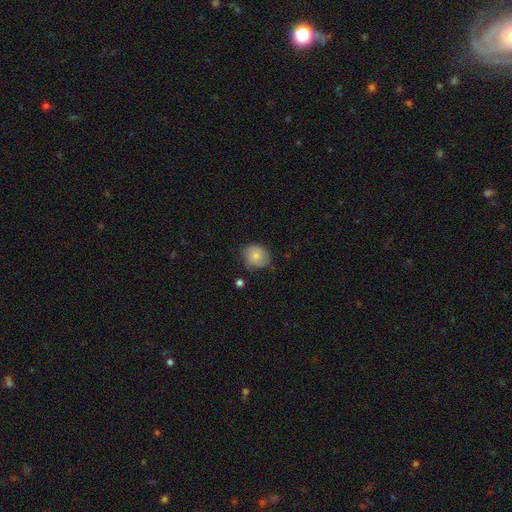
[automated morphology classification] smooth_or_featured: smooth (p=0.78) [alt: featured or disk p=0.13]
how_rounded: round (p=0.74) [alt: in between p=0.25]
merging: none (p=0.66) [alt: minor disturbance p=0.27]